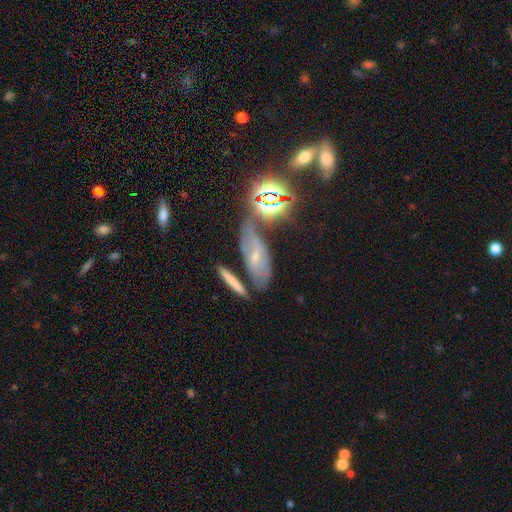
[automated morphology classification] Smooth or featured? Predicted: featured or disk (p=0.52). Edge-on disk? Predicted: no (p=0.80). Merging? Predicted: none (p=0.54).